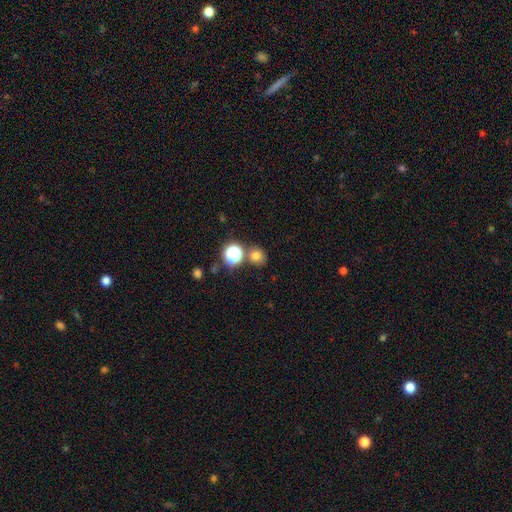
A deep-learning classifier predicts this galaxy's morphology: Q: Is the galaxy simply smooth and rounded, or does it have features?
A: smooth — 72%.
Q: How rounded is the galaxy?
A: round — 77%.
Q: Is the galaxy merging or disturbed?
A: none — 71%.